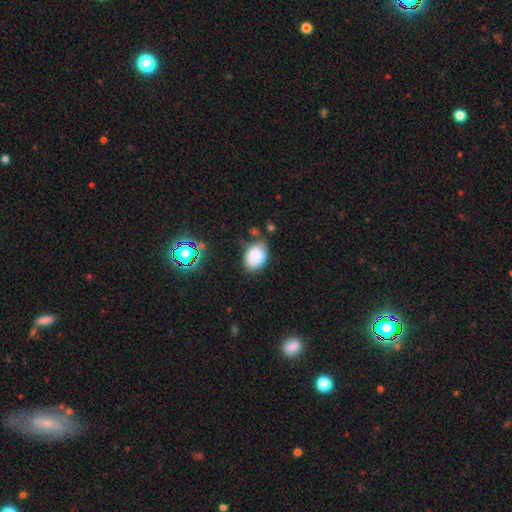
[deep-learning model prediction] Overall: smooth (71%). How rounded: in between (79%). Merging: none (53%; minor disturbance 29%).